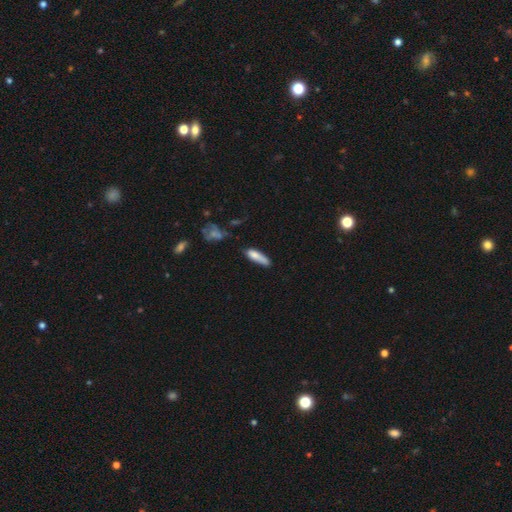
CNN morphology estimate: smooth-or-featured: smooth: 78% | featured or disk: 15% | star or artifact: 7%
  how-rounded: cigar-shaped: 63% | in between: 35% | round: 2%
  merging: none: 52% | minor disturbance: 31% | major disturbance: 10% | merger: 7%